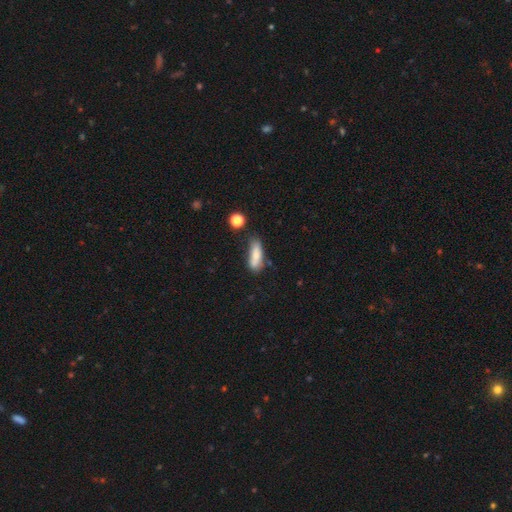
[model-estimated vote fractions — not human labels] The model was most divided on "how rounded": in between: 52%, cigar-shaped: 45%, round: 3%. More confident: smooth or featured — smooth (77%); merging — none (52%).